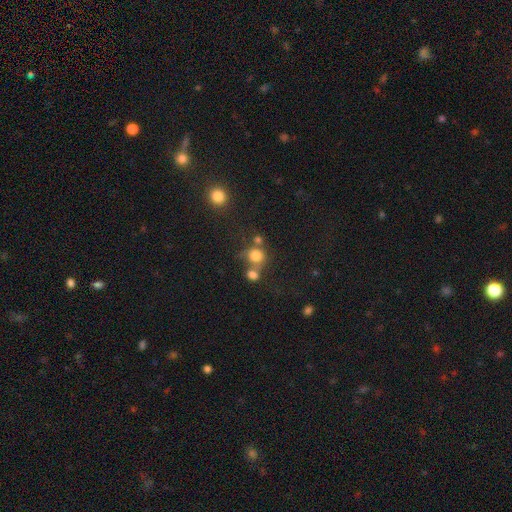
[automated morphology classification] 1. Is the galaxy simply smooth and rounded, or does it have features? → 76% smooth, 14% star or artifact, 10% featured or disk.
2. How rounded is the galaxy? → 83% round, 16% in between, 1% cigar-shaped.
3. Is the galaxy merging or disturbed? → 46% none, 38% merger, 10% minor disturbance, 6% major disturbance.